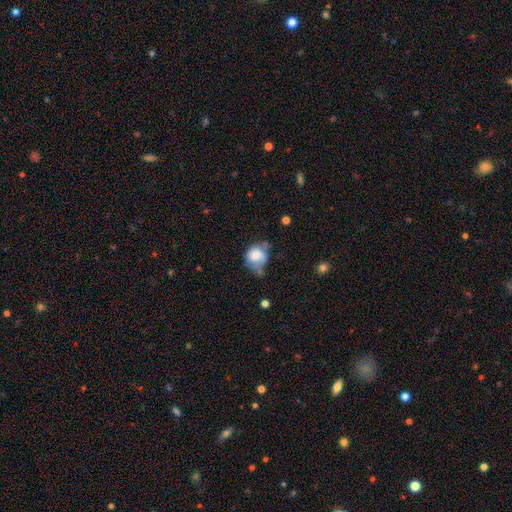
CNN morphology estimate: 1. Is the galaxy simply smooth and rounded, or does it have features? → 69% smooth, 22% featured or disk, 8% star or artifact.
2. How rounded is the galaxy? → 68% round, 31% in between, 1% cigar-shaped.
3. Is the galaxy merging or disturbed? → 35% minor disturbance, 33% none, 19% major disturbance, 13% merger.